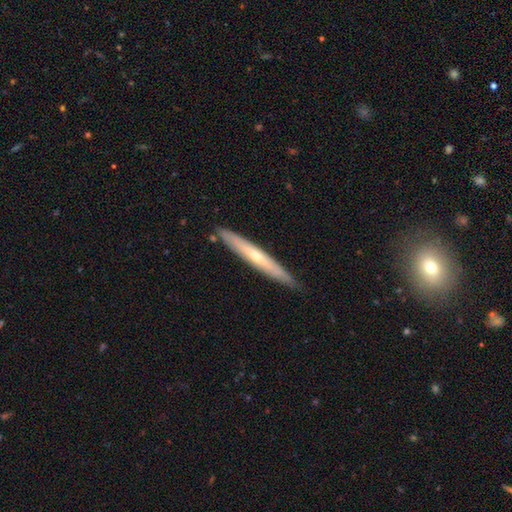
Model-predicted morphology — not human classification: smooth_or_featured: featured or disk (p=0.52) [alt: smooth p=0.43]
disk_edge_on: yes (p=0.90) [alt: no p=0.10]
merging: none (p=0.86) [alt: minor disturbance p=0.11]